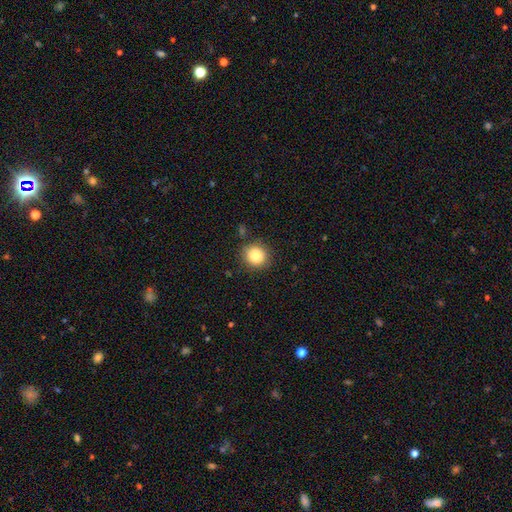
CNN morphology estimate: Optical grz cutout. It shows a smooth galaxy with no disk features (83%) that is round (88%). Merging: none (86%).